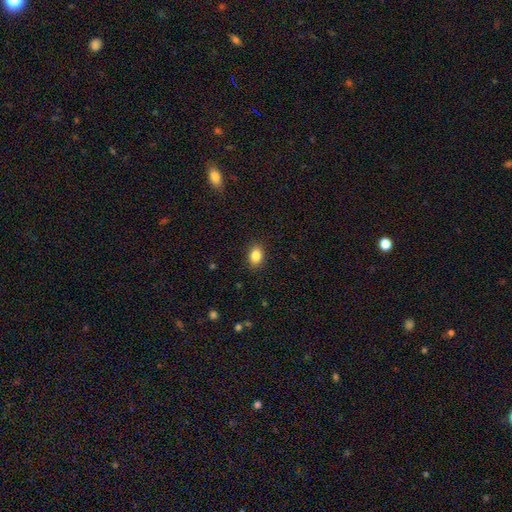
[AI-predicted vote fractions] Smooth or featured? smooth (87%)
How rounded? in between (76%)
Merging? none (88%)